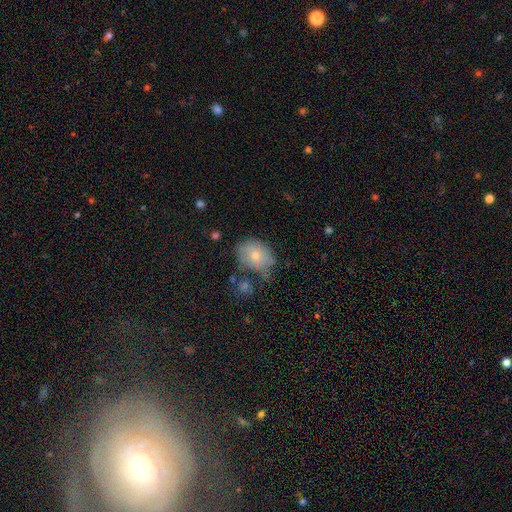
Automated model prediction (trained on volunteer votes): smooth-or-featured: smooth: 71% | featured or disk: 21% | star or artifact: 9%
  how-rounded: in between: 54% | round: 45% | cigar-shaped: 1%
  merging: none: 49% | minor disturbance: 31% | major disturbance: 12% | merger: 8%